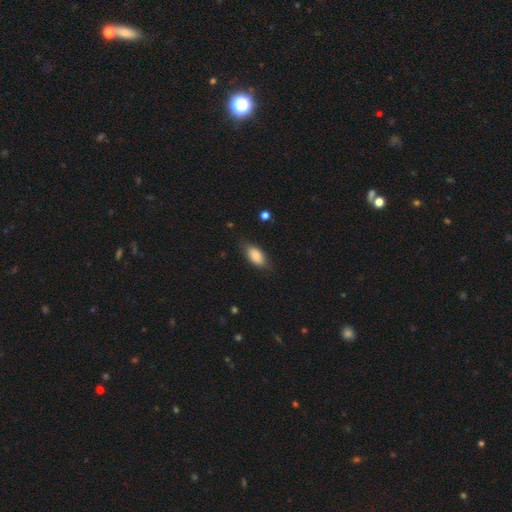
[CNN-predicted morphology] smooth-or-featured: smooth: 85% | featured or disk: 8% | star or artifact: 7%
  how-rounded: in between: 89% | cigar-shaped: 8% | round: 3%
  merging: none: 75% | minor disturbance: 19% | major disturbance: 4% | merger: 1%